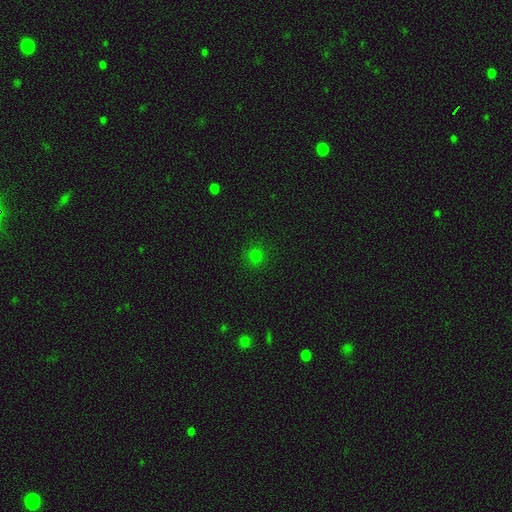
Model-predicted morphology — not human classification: Overall: smooth (74%). How rounded: round (89%). Merging: none (87%).